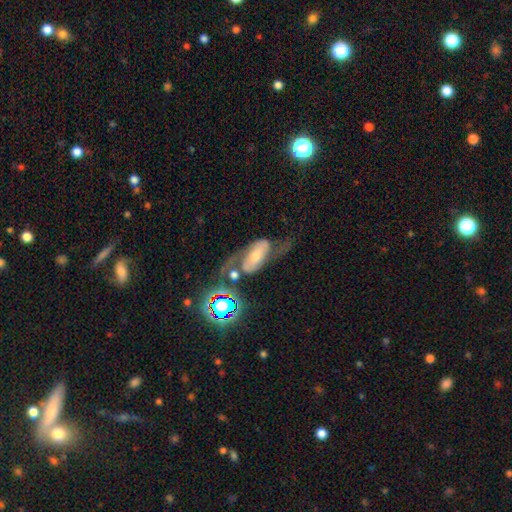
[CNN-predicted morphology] Overall: featured or disk (72%). Edge-on disk: no (92%). Bar: no (43%; weak 31%). Spiral arms: yes (89%). Spiral arm count: 2 (88%). Spiral winding: loose (48%; medium 38%). Bulge size: moderate (47%; small 40%). Merging: none (50%; major disturbance 22%).